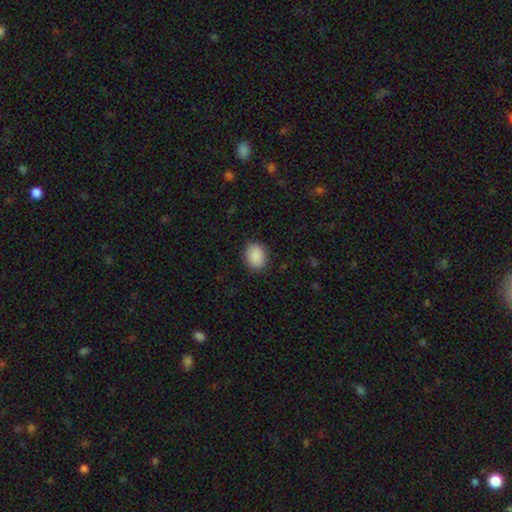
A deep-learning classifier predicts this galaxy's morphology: This appears to be a smooth galaxy with no disk features (89%) that is in between round and cigar-shaped (51%). Merging: none (88%).